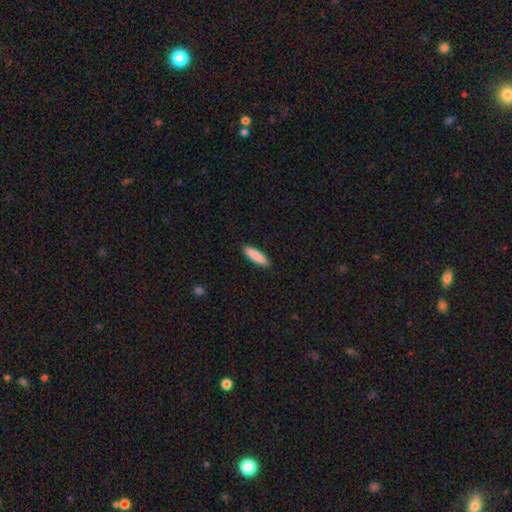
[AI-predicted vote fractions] smooth-or-featured: smooth: 89% | featured or disk: 6% | star or artifact: 5%
  how-rounded: cigar-shaped: 68% | in between: 31% | round: 1%
  merging: none: 91% | minor disturbance: 7% | major disturbance: 2% | merger: 1%